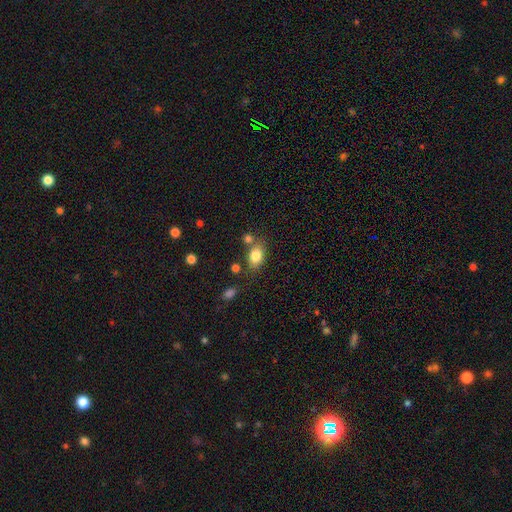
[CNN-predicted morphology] smooth 81%, star or artifact 9%, featured or disk 9%. Down the decision tree: how rounded — in between (75%); merging — none (65%).